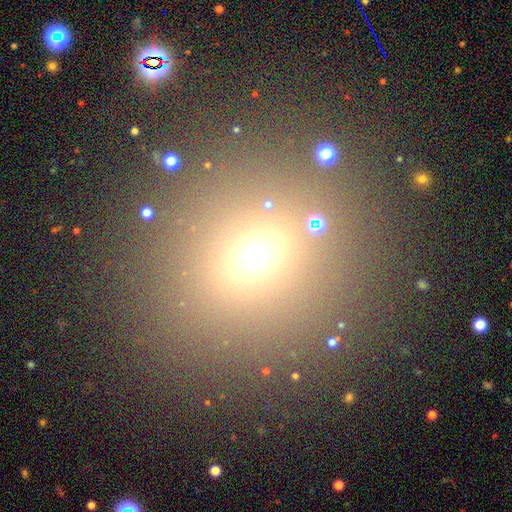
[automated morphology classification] The model was most divided on "smooth or featured": smooth: 55%, star or artifact: 34%, featured or disk: 11%. More confident: merging — none (81%); how rounded — round (64%).